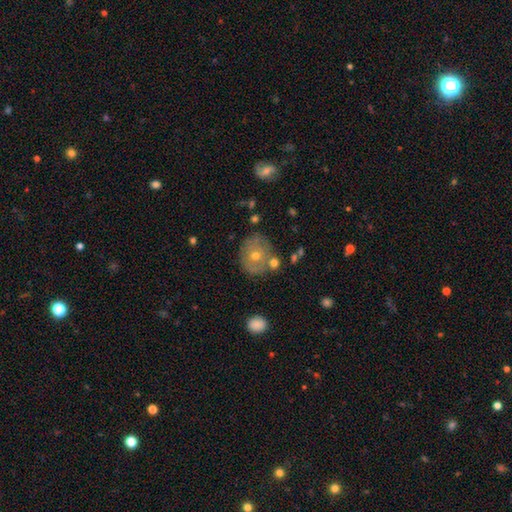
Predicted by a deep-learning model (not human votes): Overall: smooth (48%; featured or disk 40%). Merging: none (69%).